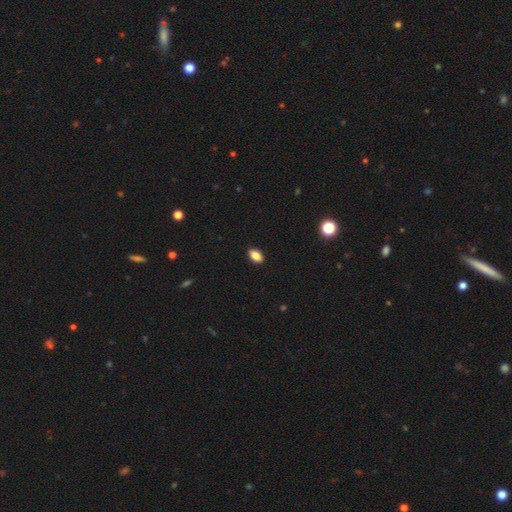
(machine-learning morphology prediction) Q: Smooth or featured?
A: smooth (86%); runner-up: star or artifact (9%)
Q: How rounded?
A: in between (89%); runner-up: round (8%)
Q: Merging?
A: none (90%); runner-up: minor disturbance (7%)